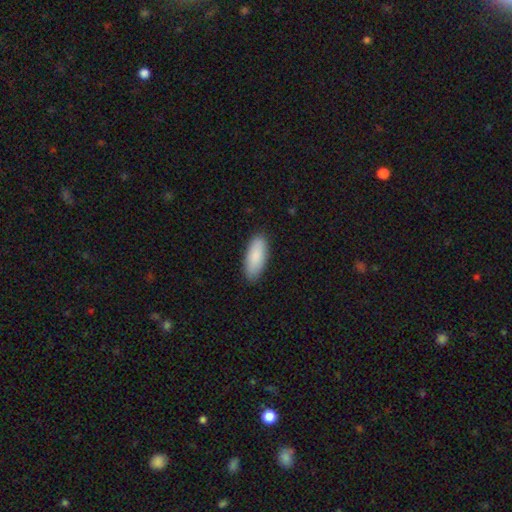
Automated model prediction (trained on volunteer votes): Smooth or featured?
  - smooth: 88% *
  - featured or disk: 6%
  - star or artifact: 5%
How rounded?
  - in between: 78% *
  - cigar-shaped: 20%
  - round: 2%
Merging?
  - none: 87% *
  - minor disturbance: 10%
  - major disturbance: 2%
  - merger: 1%